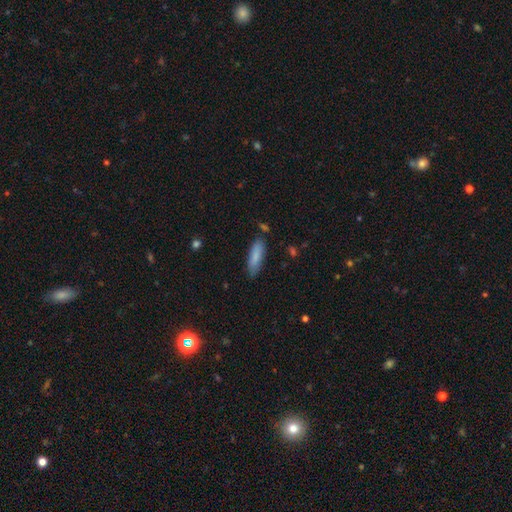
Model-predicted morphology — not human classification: smooth-or-featured: smooth: 83% | featured or disk: 11% | star or artifact: 6%
  how-rounded: in between: 51% | cigar-shaped: 47% | round: 2%
  merging: none: 78% | minor disturbance: 16% | major disturbance: 3% | merger: 3%